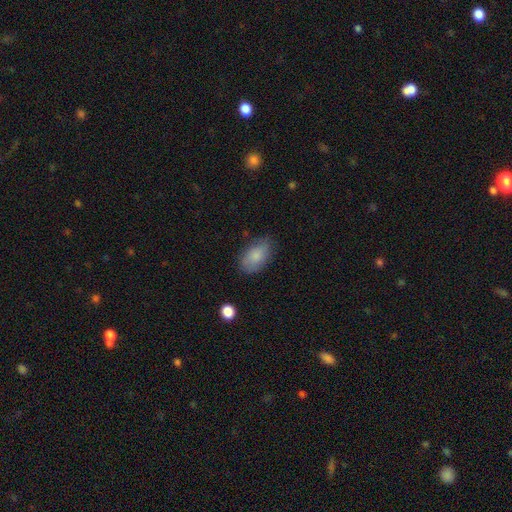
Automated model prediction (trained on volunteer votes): Smooth or featured? smooth (82%)
How rounded? in between (92%)
Merging? none (72%)